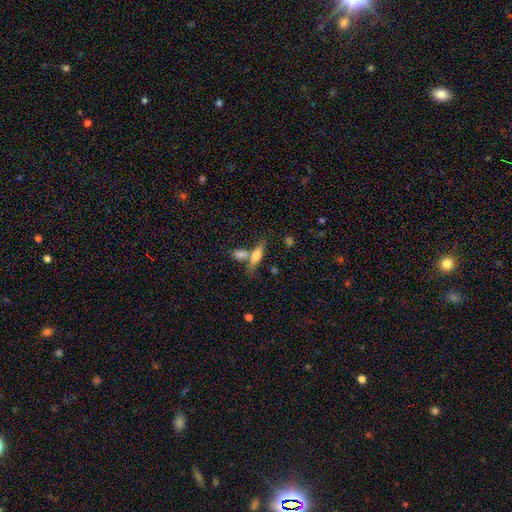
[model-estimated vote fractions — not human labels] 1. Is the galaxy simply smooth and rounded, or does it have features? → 68% smooth, 24% featured or disk, 8% star or artifact.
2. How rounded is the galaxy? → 50% cigar-shaped, 46% in between, 4% round.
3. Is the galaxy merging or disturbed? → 45% none, 39% merger, 11% minor disturbance, 5% major disturbance.